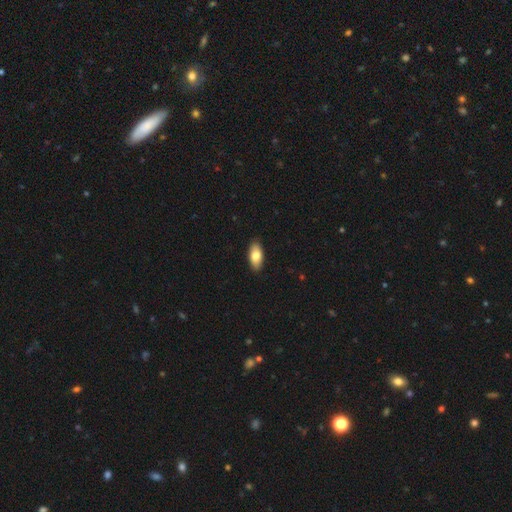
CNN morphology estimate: This appears to be a smooth galaxy with no disk features (80%) that is in between round and cigar-shaped (90%). Merging: none (90%).